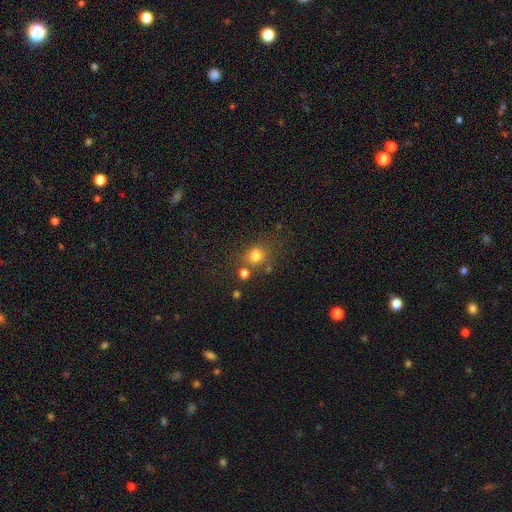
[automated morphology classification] A smooth galaxy with no disk features (72%) that is round (71%). Merging: none (60%).